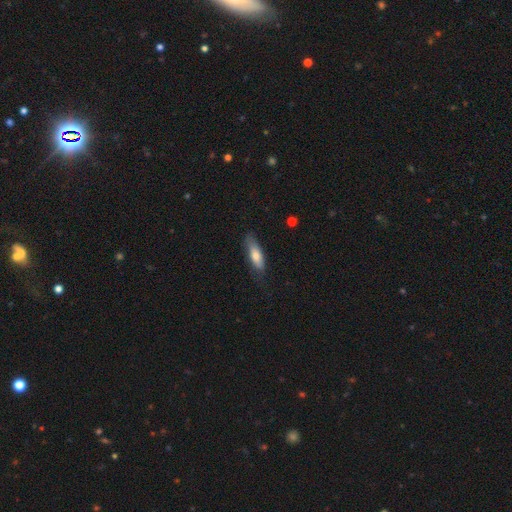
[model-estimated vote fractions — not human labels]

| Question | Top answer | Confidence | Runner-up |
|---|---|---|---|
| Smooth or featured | smooth | 72% | featured or disk (22%) |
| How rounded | in between | 50% | cigar-shaped (48%) |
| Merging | none | 67% | minor disturbance (24%) |